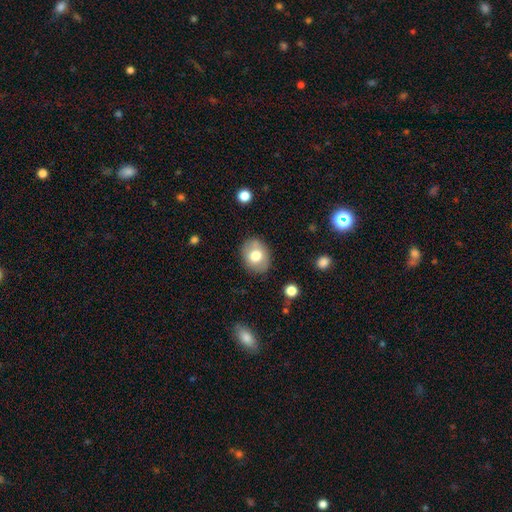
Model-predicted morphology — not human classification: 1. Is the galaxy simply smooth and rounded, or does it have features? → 72% smooth, 20% featured or disk, 8% star or artifact.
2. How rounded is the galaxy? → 58% in between, 41% round, 1% cigar-shaped.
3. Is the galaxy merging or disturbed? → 82% none, 13% minor disturbance, 3% major disturbance, 2% merger.